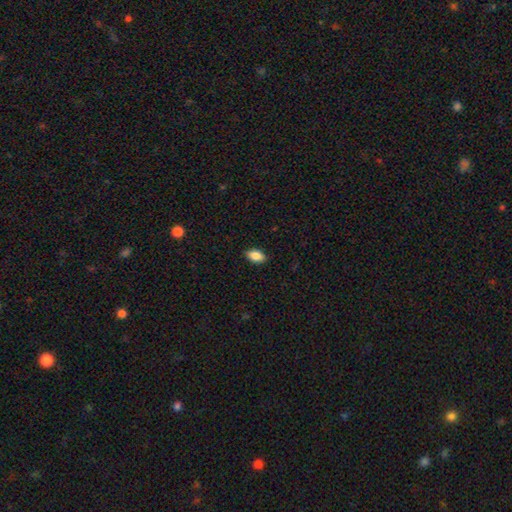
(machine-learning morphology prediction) smooth-or-featured: smooth: 85% | star or artifact: 8% | featured or disk: 7%
  how-rounded: in between: 90% | round: 7% | cigar-shaped: 3%
  merging: none: 88% | minor disturbance: 9% | major disturbance: 2% | merger: 1%